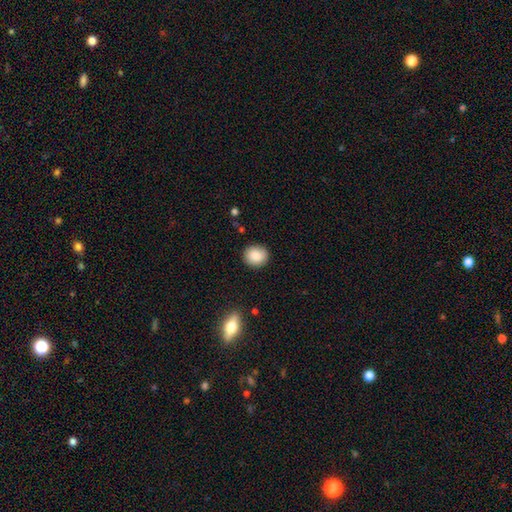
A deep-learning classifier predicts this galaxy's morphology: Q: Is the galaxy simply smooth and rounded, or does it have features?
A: smooth — 86%.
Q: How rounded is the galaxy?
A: round — 83%.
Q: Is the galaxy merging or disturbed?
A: none — 89%.